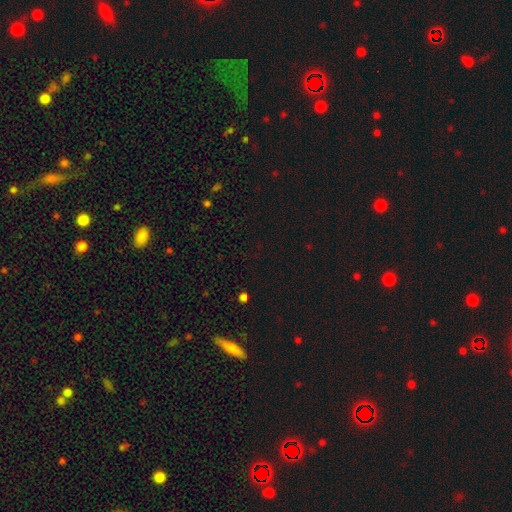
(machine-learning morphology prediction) type=star or artifact (69%).